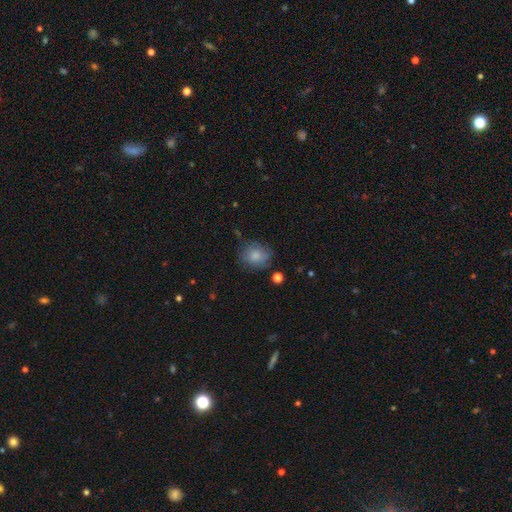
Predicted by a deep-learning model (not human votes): Smooth or featured?
  - smooth: 78% *
  - featured or disk: 13%
  - star or artifact: 8%
How rounded?
  - round: 71% *
  - in between: 28%
  - cigar-shaped: 1%
Merging?
  - none: 70% *
  - minor disturbance: 20%
  - major disturbance: 7%
  - merger: 3%